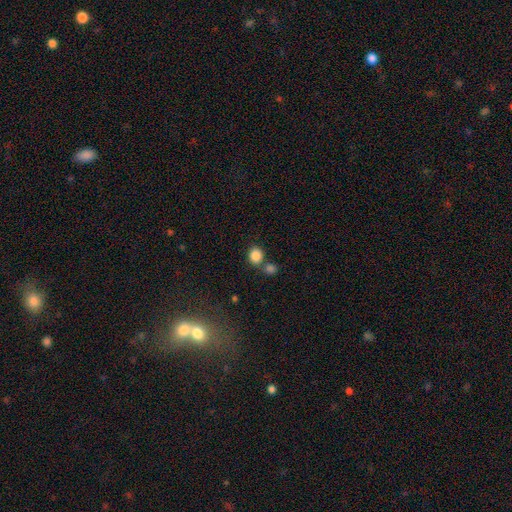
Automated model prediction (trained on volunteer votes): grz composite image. It shows a smooth galaxy with no disk features (85%) that is round (74%). Merging: none (60%).